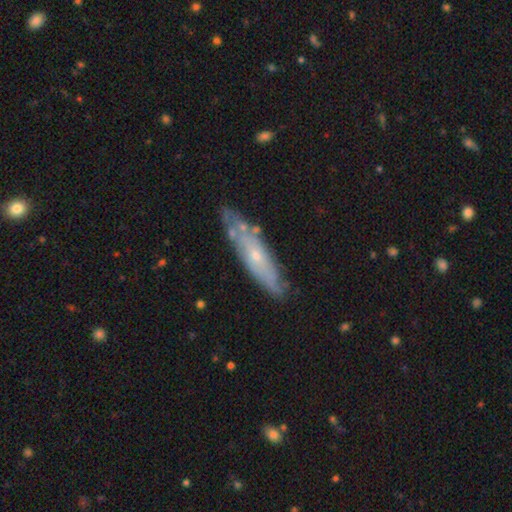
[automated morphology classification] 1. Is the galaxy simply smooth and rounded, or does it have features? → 60% featured or disk, 33% smooth, 6% star or artifact.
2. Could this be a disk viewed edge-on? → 60% no, 40% yes.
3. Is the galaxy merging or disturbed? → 70% none, 20% minor disturbance, 5% merger, 5% major disturbance.